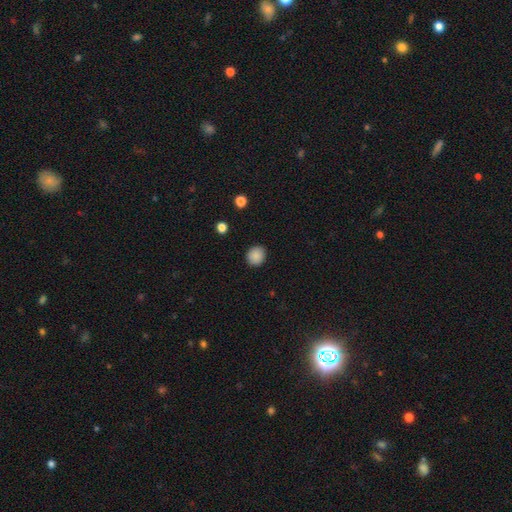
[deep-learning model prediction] Smooth or featured: smooth — 87% (star or artifact — 9%)
How rounded: round — 83% (in between — 17%)
Merging: none — 89% (minor disturbance — 8%)